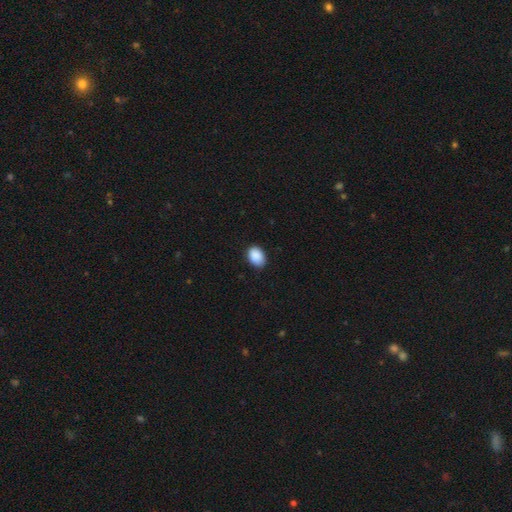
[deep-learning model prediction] Smooth or featured? smooth (90%)
How rounded? in between (81%)
Merging? none (84%)